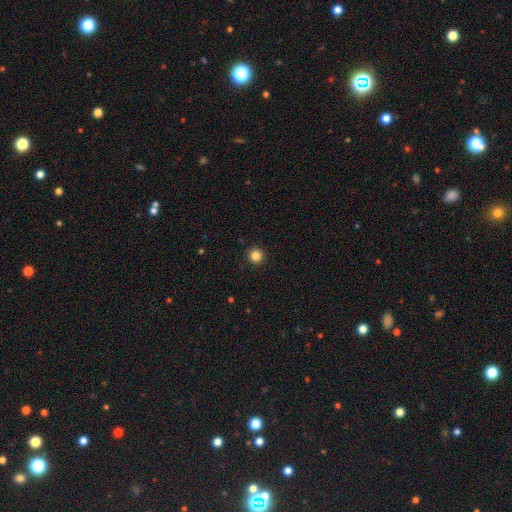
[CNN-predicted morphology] smooth 85%, star or artifact 12%, featured or disk 4%. Down the decision tree: how rounded — round (95%); merging — none (93%).